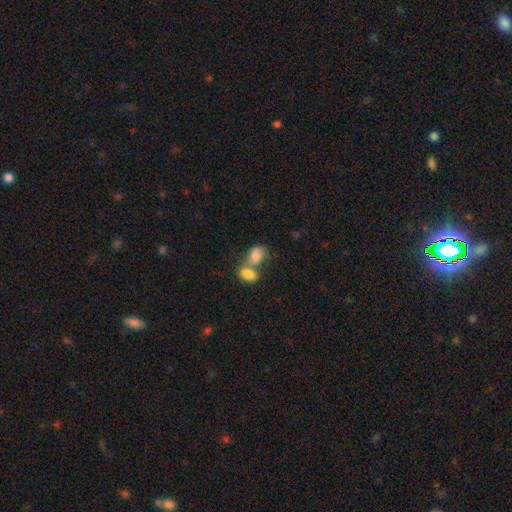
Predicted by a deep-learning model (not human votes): smooth 83%, featured or disk 10%, star or artifact 8%. Down the decision tree: how rounded — in between (82%); merging — merger (67%).